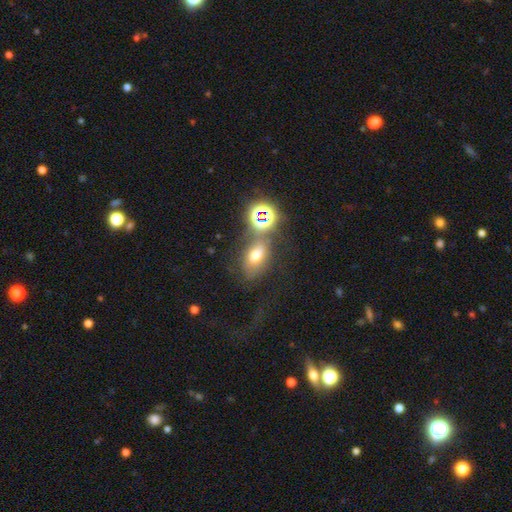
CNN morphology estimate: Overall: smooth (57%; star or artifact 26%). How rounded: in between (74%). Merging: none (50%; merger 21%).